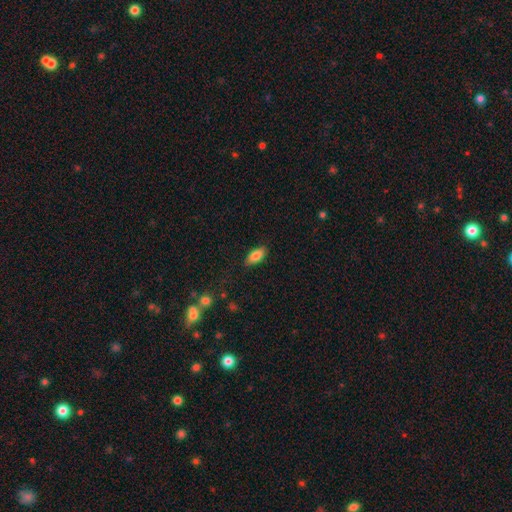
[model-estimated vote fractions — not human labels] A smooth galaxy with no disk features (83%) that is in between round and cigar-shaped (88%). Merging: none (84%).